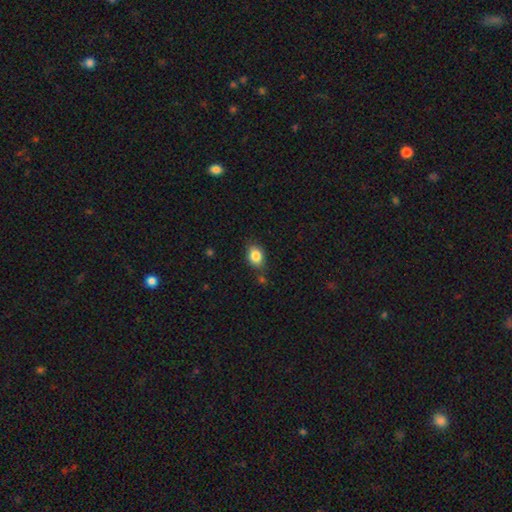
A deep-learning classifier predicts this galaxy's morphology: smooth 84%, star or artifact 9%, featured or disk 7%. Down the decision tree: how rounded — in between (67%); merging — none (77%).